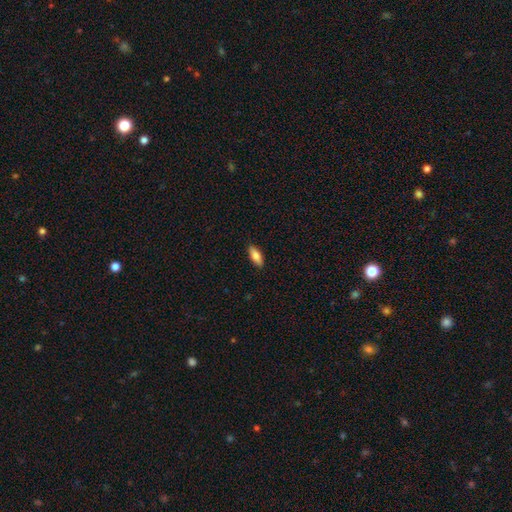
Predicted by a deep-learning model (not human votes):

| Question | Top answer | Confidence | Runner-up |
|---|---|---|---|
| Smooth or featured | smooth | 79% | featured or disk (14%) |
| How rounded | in between | 74% | cigar-shaped (24%) |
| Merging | none | 89% | minor disturbance (8%) |